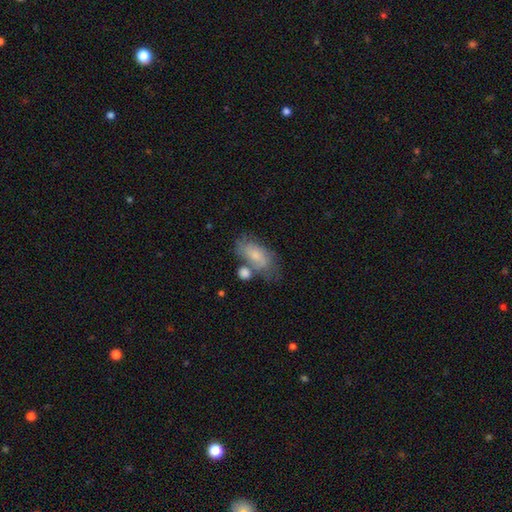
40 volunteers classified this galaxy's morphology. type=smooth (78%); roundness=in between (84%); merging=minor disturbance (36%).